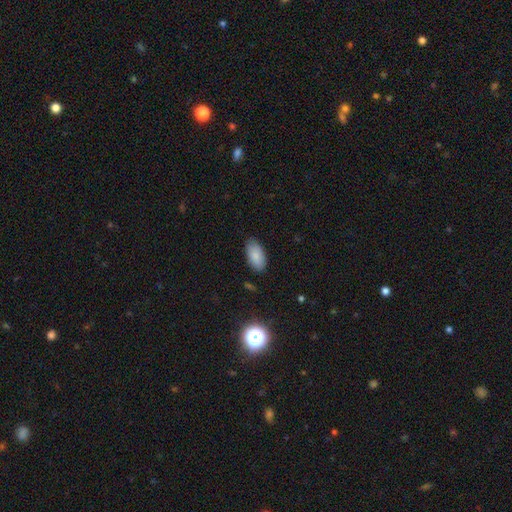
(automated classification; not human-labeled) Smooth or featured: smooth — 86% (star or artifact — 8%)
How rounded: in between — 94% (cigar-shaped — 4%)
Merging: none — 84% (minor disturbance — 12%)